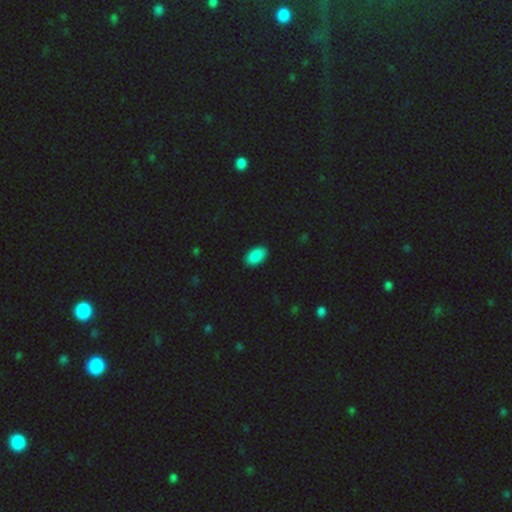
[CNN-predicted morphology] smooth-or-featured: smooth: 89% | star or artifact: 8% | featured or disk: 3%
  how-rounded: in between: 94% | round: 5% | cigar-shaped: 1%
  merging: none: 90% | minor disturbance: 8% | major disturbance: 2% | merger: 1%